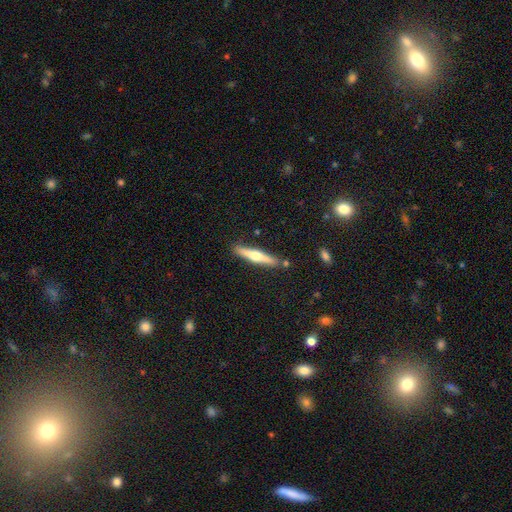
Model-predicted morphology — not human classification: Smooth or featured? Predicted: featured or disk (p=0.54). Edge-on disk? Predicted: yes (p=0.96). Edge-on bulge? Predicted: rounded (p=0.90). Merging? Predicted: none (p=0.85).